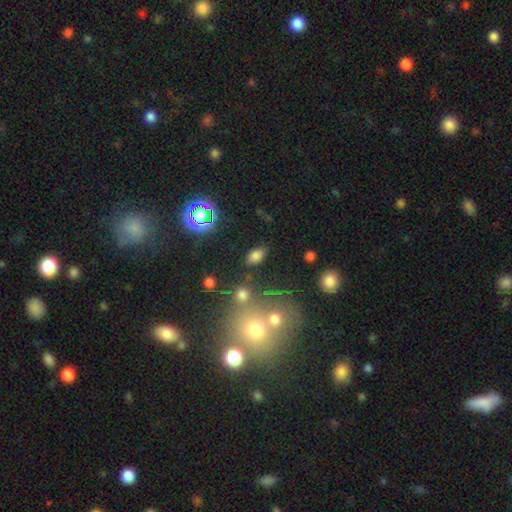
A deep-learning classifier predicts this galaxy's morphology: A smooth galaxy with no disk features (75%) that is in between round and cigar-shaped (91%). Merging: none (82%).